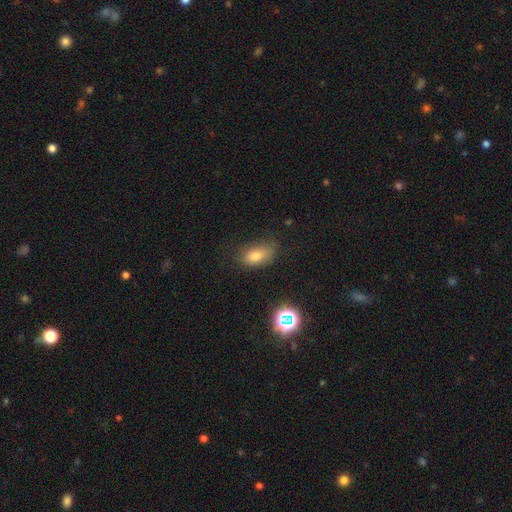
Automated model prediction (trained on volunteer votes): Smooth or featured?
  - smooth: 75% *
  - star or artifact: 14%
  - featured or disk: 11%
How rounded?
  - in between: 86% *
  - round: 10%
  - cigar-shaped: 4%
Merging?
  - none: 65% *
  - minor disturbance: 25%
  - major disturbance: 8%
  - merger: 2%